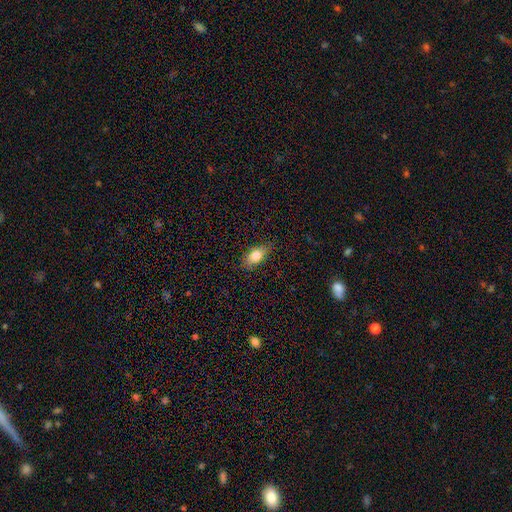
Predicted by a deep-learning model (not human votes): A smooth galaxy with no disk features (80%) that is in between round and cigar-shaped (85%). Merging: none (81%).